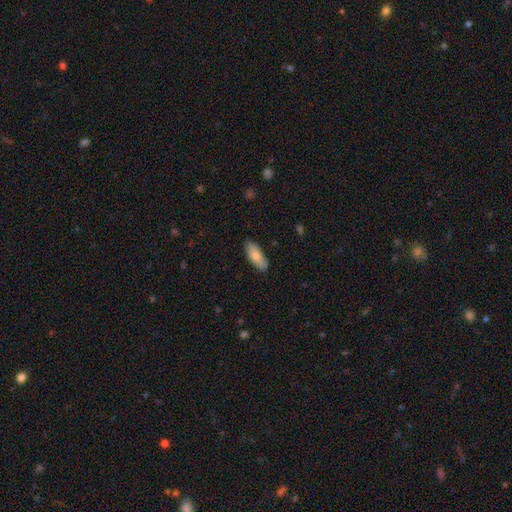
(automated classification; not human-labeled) Morphology: type=smooth (78%); roundness=in between (78%); merging=none (83%).